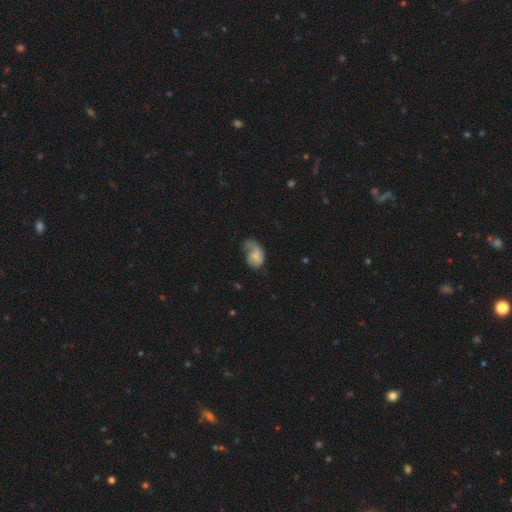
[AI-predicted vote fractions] Smooth or featured: smooth — 51% (featured or disk — 41%)
How rounded: in between — 82% (round — 16%)
Merging: major disturbance — 38% (minor disturbance — 29%)